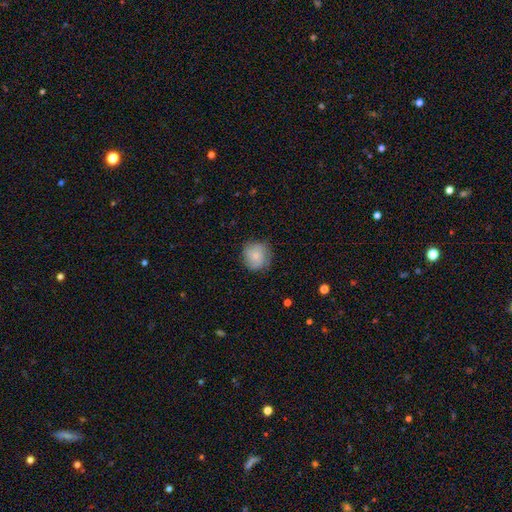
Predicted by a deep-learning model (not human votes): A smooth galaxy with no disk features (78%) that is round (88%). Merging: none (77%).